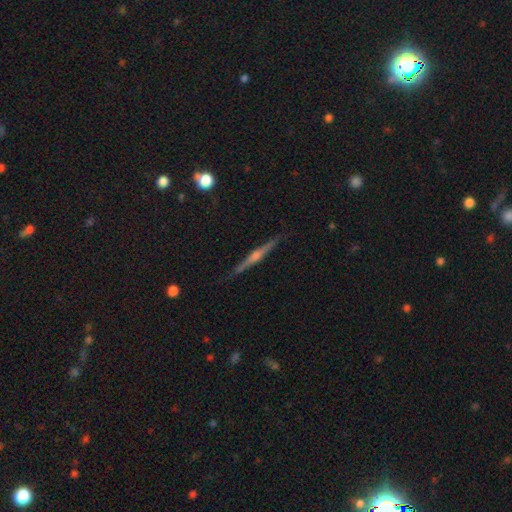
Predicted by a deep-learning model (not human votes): Overall: featured or disk (80%). Edge-on disk: yes (98%). Edge-on bulge: rounded (81%). Merging: none (90%).